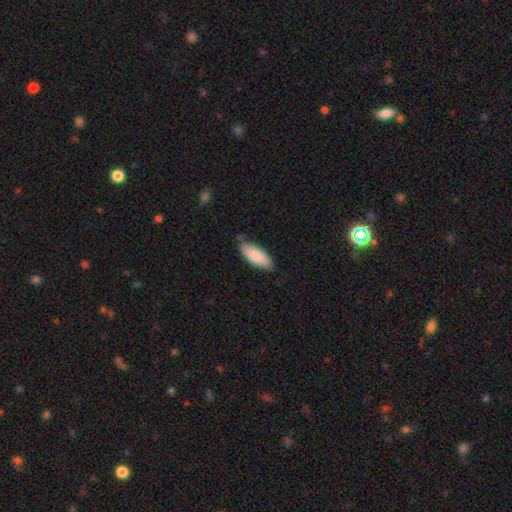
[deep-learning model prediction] Smooth or featured?
  - smooth: 88% *
  - featured or disk: 7%
  - star or artifact: 5%
How rounded?
  - in between: 82% *
  - cigar-shaped: 17%
  - round: 1%
Merging?
  - none: 72% *
  - minor disturbance: 22%
  - major disturbance: 3%
  - merger: 3%